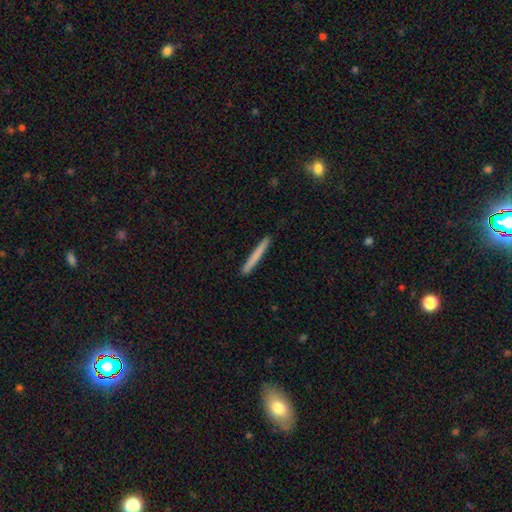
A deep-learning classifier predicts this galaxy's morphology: The model was most divided on "smooth or featured": smooth: 74%, featured or disk: 20%, star or artifact: 6%. More confident: how rounded — cigar-shaped (97%); merging — none (92%).